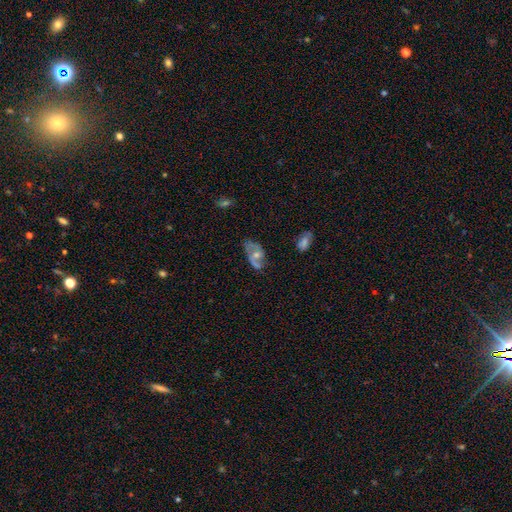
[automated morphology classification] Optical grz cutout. It shows a featured or disk galaxy (72%) with no bar (60%), 2 (80%) loose (43%) spiral arms (82%) and a moderate central bulge (54%). Merging: none (51%).